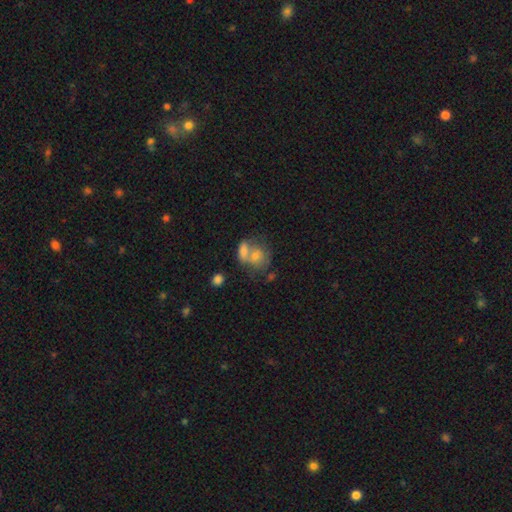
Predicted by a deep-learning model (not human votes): Smooth or featured? Predicted: smooth (p=0.68). How rounded? Predicted: in between (p=0.52). Merging? Predicted: merger (p=0.60).